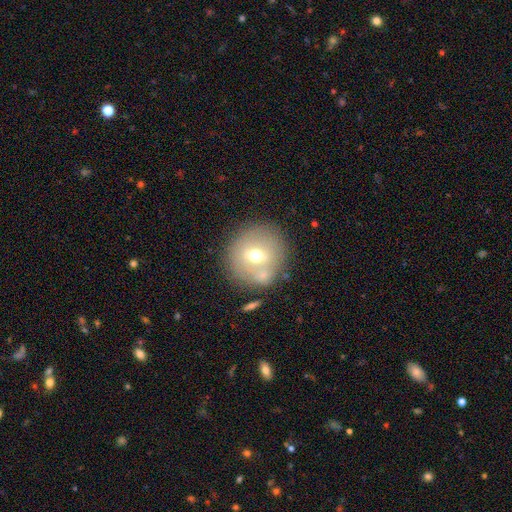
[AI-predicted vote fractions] A smooth galaxy with no disk features (57%) that is round (91%).

Vote fractions:
- Smooth or featured? smooth: 57% / featured or disk: 32% / star or artifact: 11%
- How rounded? round: 91% / in between: 8% / cigar-shaped: 1%
- Merging? none: 73% / minor disturbance: 12% / merger: 11% / major disturbance: 5%